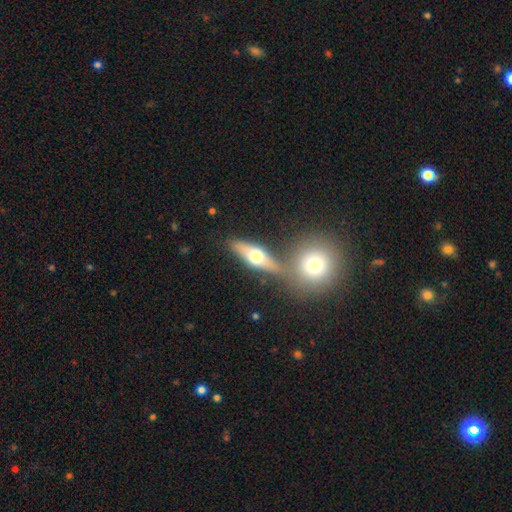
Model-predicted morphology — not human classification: Smooth or featured: smooth — 48% (featured or disk — 45%)
Merging: none — 59% (merger — 24%)